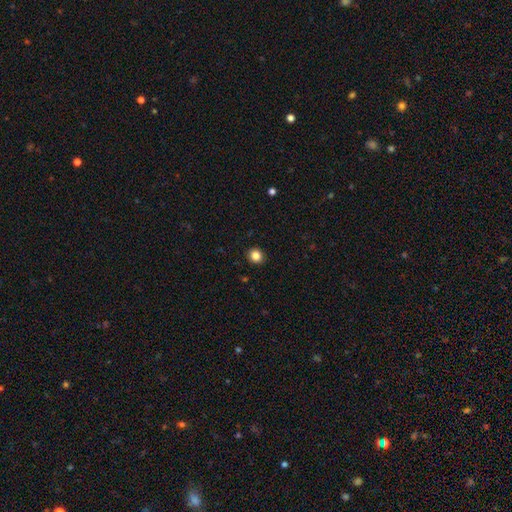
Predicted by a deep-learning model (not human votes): Smooth or featured? smooth (84%)
How rounded? round (88%)
Merging? none (92%)